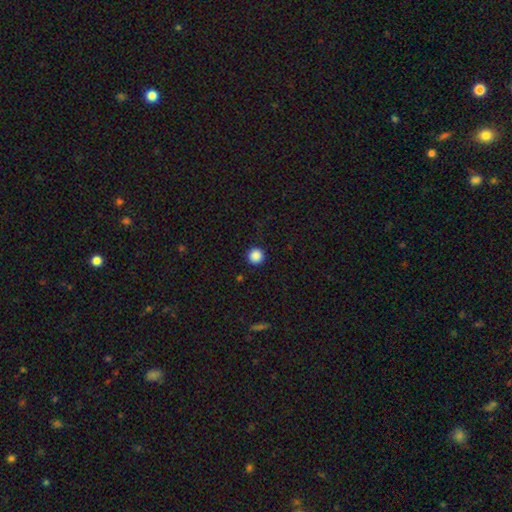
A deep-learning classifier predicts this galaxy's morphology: The model was most divided on "smooth or featured": smooth: 88%, star or artifact: 10%, featured or disk: 2%. More confident: how rounded — round (96%); merging — none (92%).